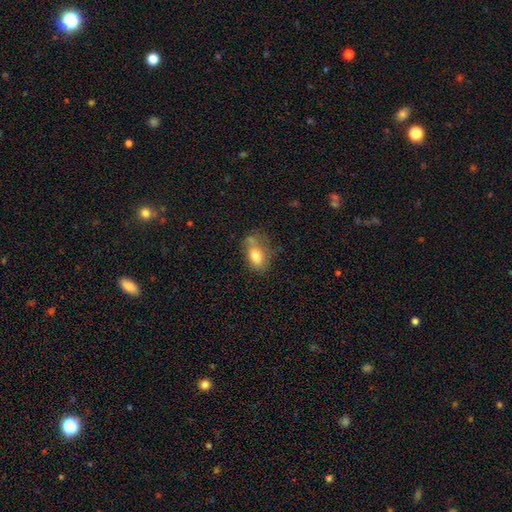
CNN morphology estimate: Overall: smooth (76%). How rounded: in between (82%). Merging: none (46%; minor disturbance 26%).